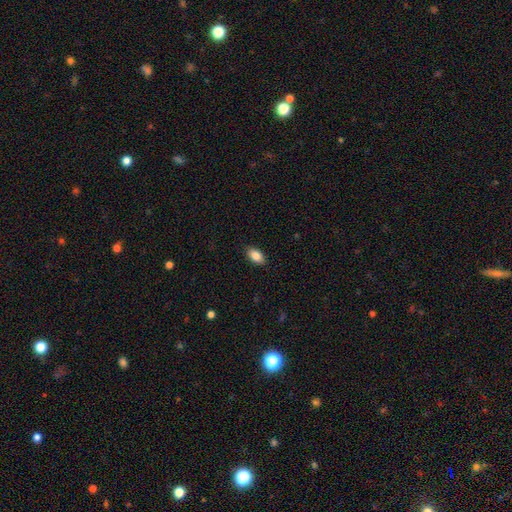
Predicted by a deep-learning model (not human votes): Smooth or featured: smooth — 87% (star or artifact — 7%)
How rounded: in between — 92% (round — 5%)
Merging: none — 88% (minor disturbance — 9%)